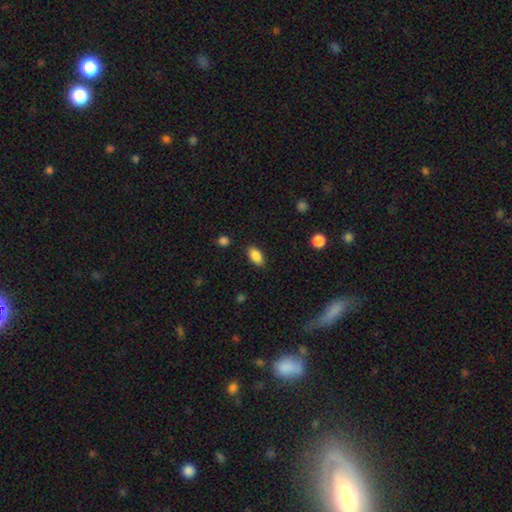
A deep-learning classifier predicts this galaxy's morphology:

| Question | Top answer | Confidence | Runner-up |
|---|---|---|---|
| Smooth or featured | smooth | 86% | star or artifact (8%) |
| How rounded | in between | 91% | round (5%) |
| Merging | none | 84% | minor disturbance (11%) |